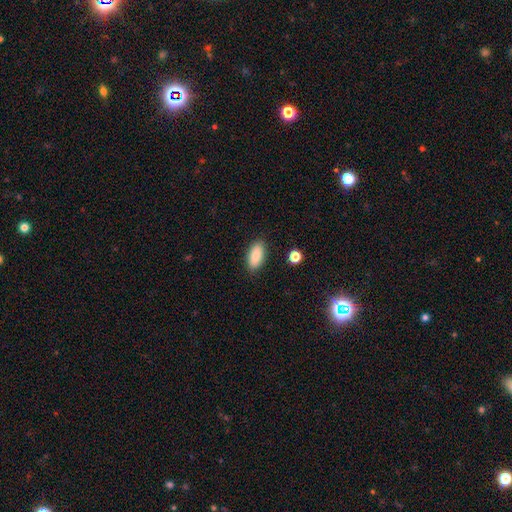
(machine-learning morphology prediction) Smooth or featured: smooth — 86% (featured or disk — 7%)
How rounded: in between — 89% (cigar-shaped — 9%)
Merging: none — 87% (minor disturbance — 9%)